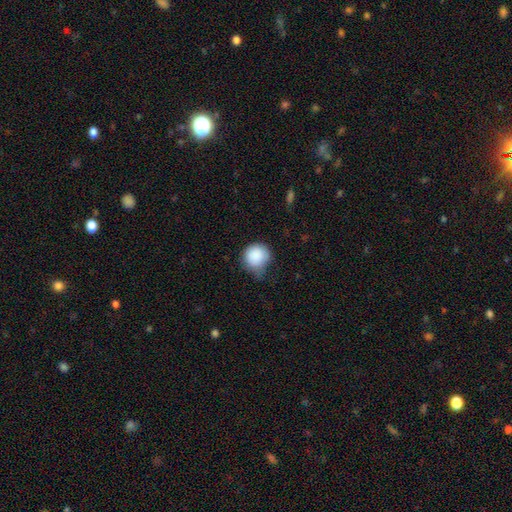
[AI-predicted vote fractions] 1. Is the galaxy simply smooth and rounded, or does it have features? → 88% smooth, 8% star or artifact, 4% featured or disk.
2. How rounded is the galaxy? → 89% round, 10% in between, 1% cigar-shaped.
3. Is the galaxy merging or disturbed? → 44% minor disturbance, 42% none, 12% major disturbance, 2% merger.